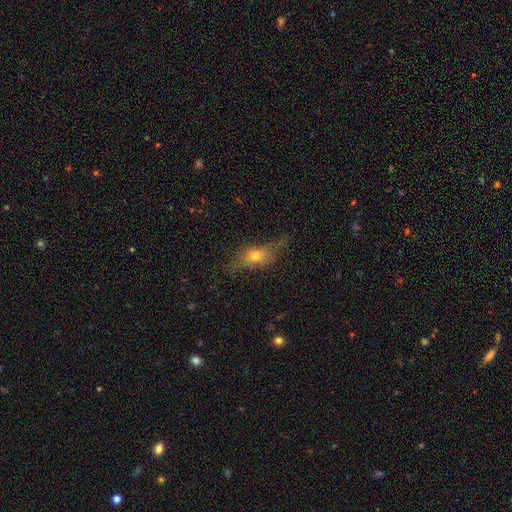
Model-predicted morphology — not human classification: smooth-or-featured: smooth: 49% | featured or disk: 39% | star or artifact: 12%
  merging: none: 59% | minor disturbance: 25% | major disturbance: 14% | merger: 2%